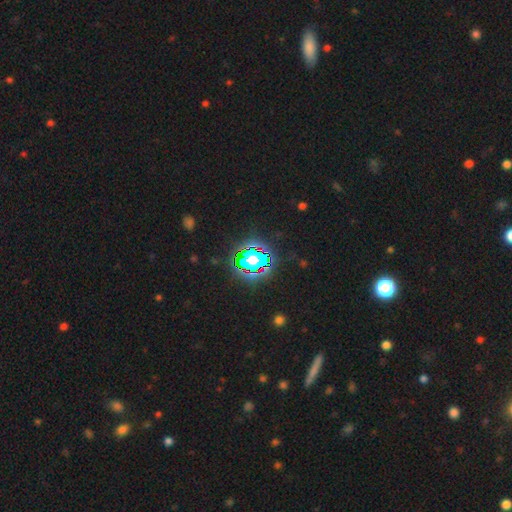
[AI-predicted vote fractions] Smooth or featured? star or artifact (79%)